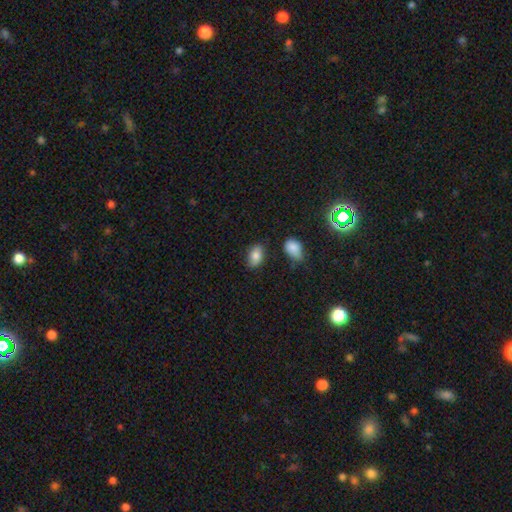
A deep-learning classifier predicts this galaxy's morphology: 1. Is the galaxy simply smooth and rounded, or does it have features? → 81% smooth, 10% featured or disk, 9% star or artifact.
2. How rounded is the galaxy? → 89% in between, 9% round, 2% cigar-shaped.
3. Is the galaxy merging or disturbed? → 75% none, 17% minor disturbance, 5% merger, 4% major disturbance.